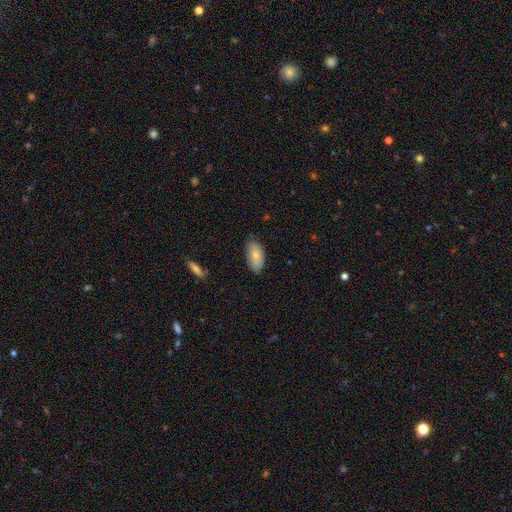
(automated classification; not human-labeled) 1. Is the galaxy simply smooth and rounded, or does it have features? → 78% smooth, 15% featured or disk, 7% star or artifact.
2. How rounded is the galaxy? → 93% in between, 4% cigar-shaped, 3% round.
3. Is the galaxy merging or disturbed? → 76% none, 20% minor disturbance, 3% major disturbance, 1% merger.